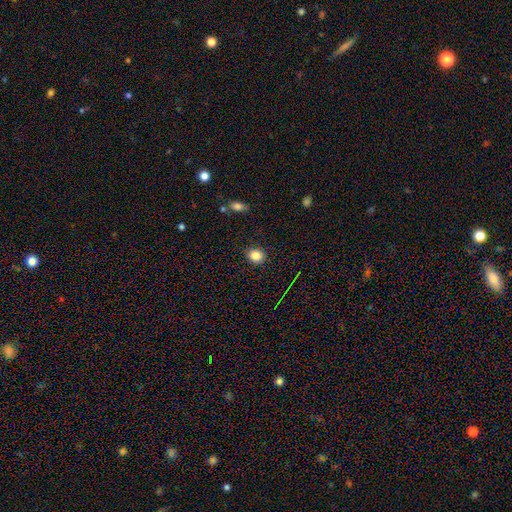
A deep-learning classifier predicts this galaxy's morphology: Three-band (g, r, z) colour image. It shows a smooth galaxy with no disk features (84%) that is round (56%). Merging: none (86%).